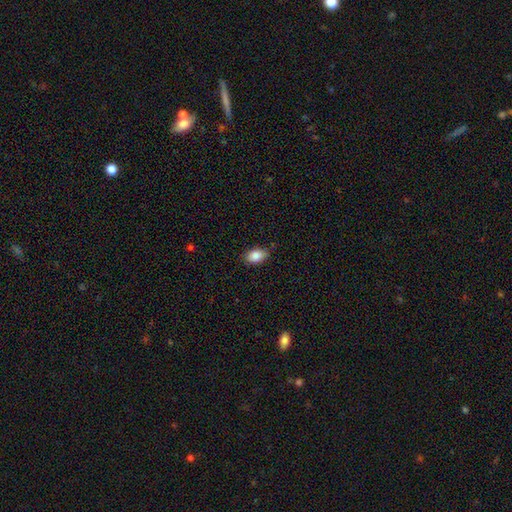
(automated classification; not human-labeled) A smooth galaxy with no disk features (87%) that is in between round and cigar-shaped (90%). Merging: none (80%).